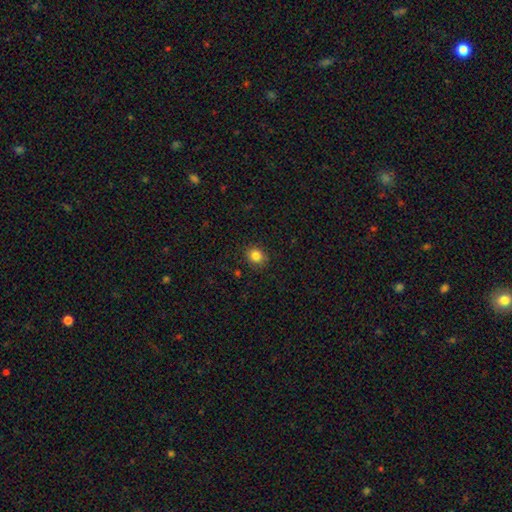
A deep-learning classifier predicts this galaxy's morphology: smooth 84%, star or artifact 11%, featured or disk 5%. Down the decision tree: how rounded — round (69%); merging — none (88%).